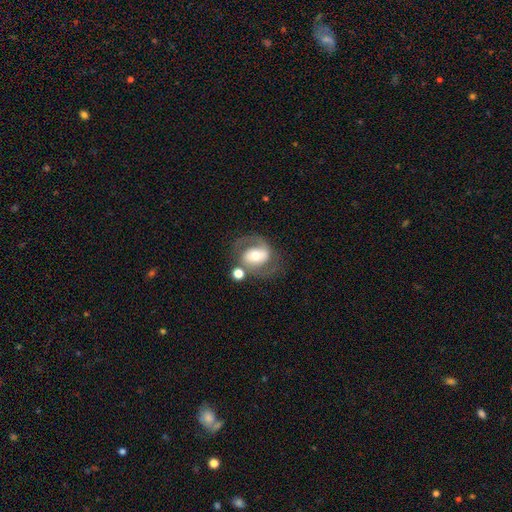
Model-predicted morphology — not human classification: Smooth or featured: featured or disk — 72% (smooth — 21%)
Edge-on disk: no — 96% (yes — 4%)
Bar: no — 38% (weak — 34%)
Spiral arms: yes — 86% (no — 14%)
Spiral winding: medium — 53% (loose — 24%)
Spiral arm count: 2 — 84% (can't tell — 7%)
Bulge size: moderate — 61% (small — 23%)
Merging: none — 61% (minor disturbance — 16%)